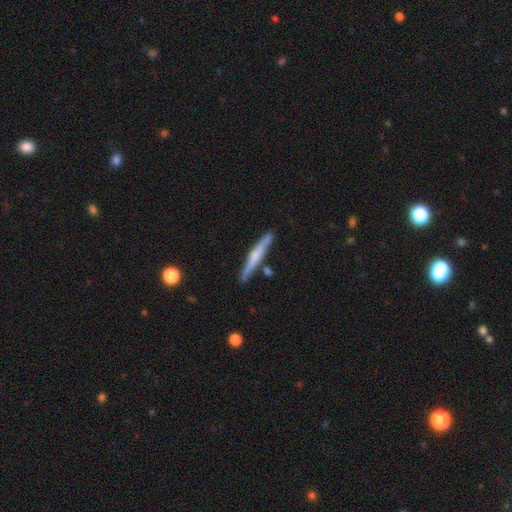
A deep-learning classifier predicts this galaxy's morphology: Smooth or featured? Predicted: featured or disk (p=0.53). Edge-on disk? Predicted: yes (p=0.96). Edge-on bulge? Predicted: rounded (p=0.47). Merging? Predicted: none (p=0.84).